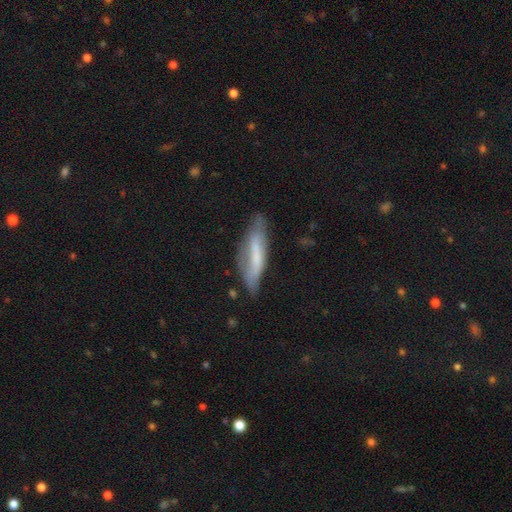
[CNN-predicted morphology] type=smooth (51%); roundness=cigar-shaped (65%); merging=none (61%).